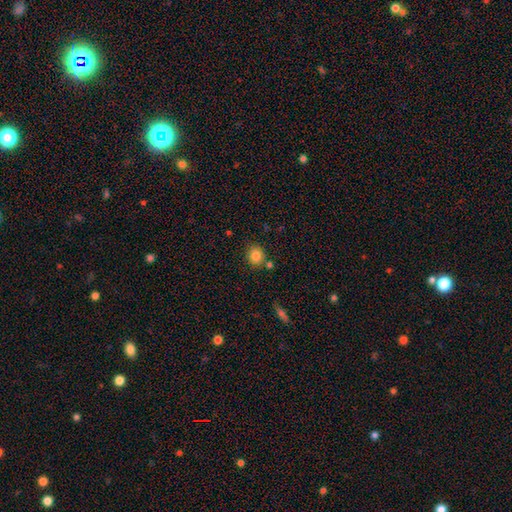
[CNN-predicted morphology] Q: Smooth or featured?
A: smooth (84%); runner-up: star or artifact (10%)
Q: How rounded?
A: round (73%); runner-up: in between (26%)
Q: Merging?
A: none (78%); runner-up: minor disturbance (10%)